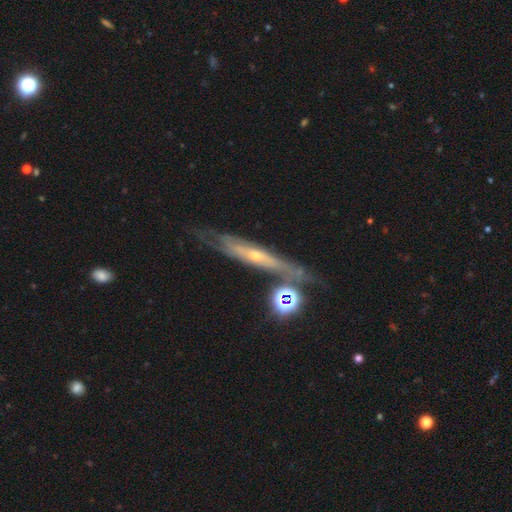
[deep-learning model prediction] The model was most divided on "edge-on disk": yes: 63%, no: 37%. More confident: smooth or featured — featured or disk (72%); merging — none (62%).